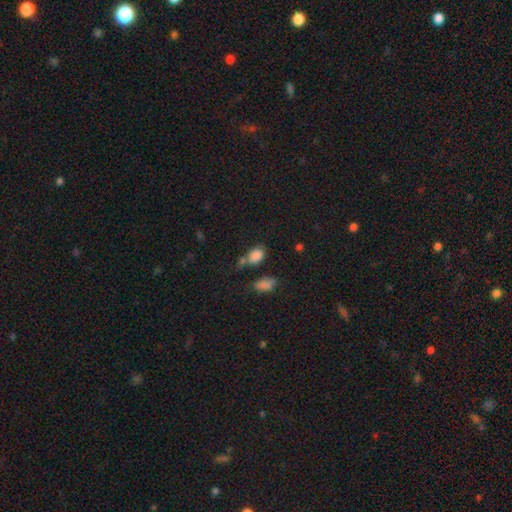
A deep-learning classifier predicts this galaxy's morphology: smooth 84%, star or artifact 11%, featured or disk 5%. Down the decision tree: how rounded — in between (86%); merging — none (52%).